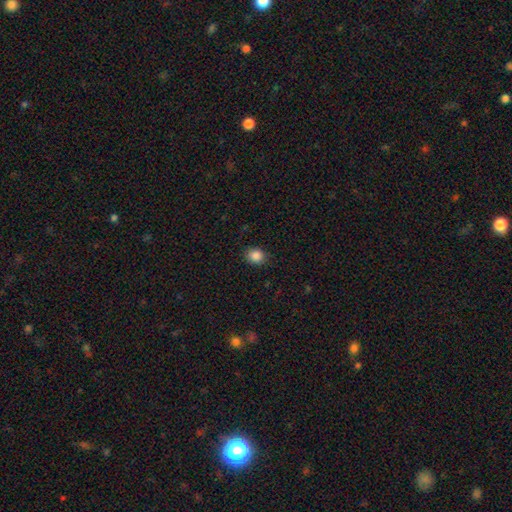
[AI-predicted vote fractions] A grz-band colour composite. It shows a smooth galaxy with no disk features (87%) that is round (68%). Merging: none (88%).